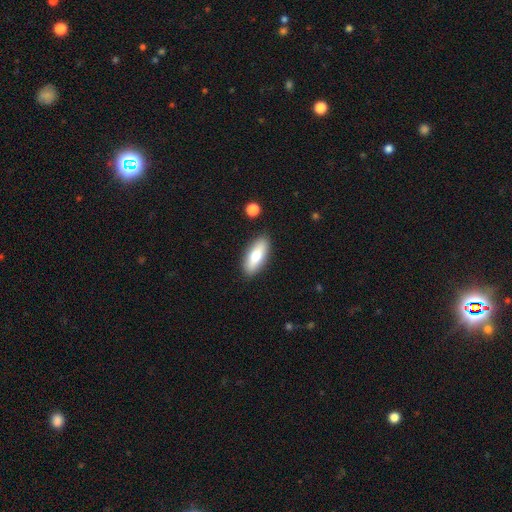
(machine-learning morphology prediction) Smooth or featured? Predicted: smooth (p=0.72). How rounded? Predicted: in between (p=0.71). Merging? Predicted: none (p=0.87).